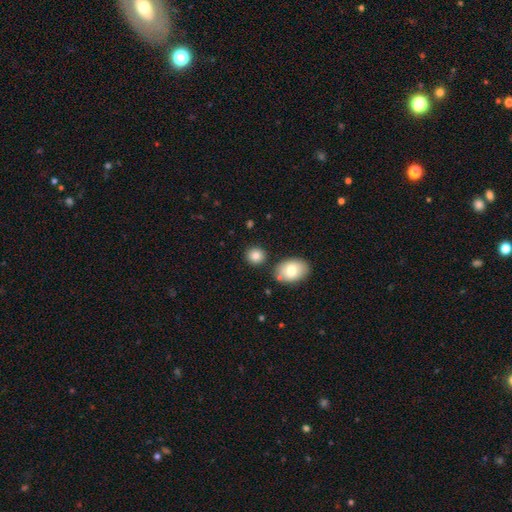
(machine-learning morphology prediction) smooth-or-featured: smooth: 83% | star or artifact: 9% | featured or disk: 8%
  how-rounded: round: 79% | in between: 20% | cigar-shaped: 1%
  merging: none: 81% | minor disturbance: 9% | merger: 8% | major disturbance: 3%